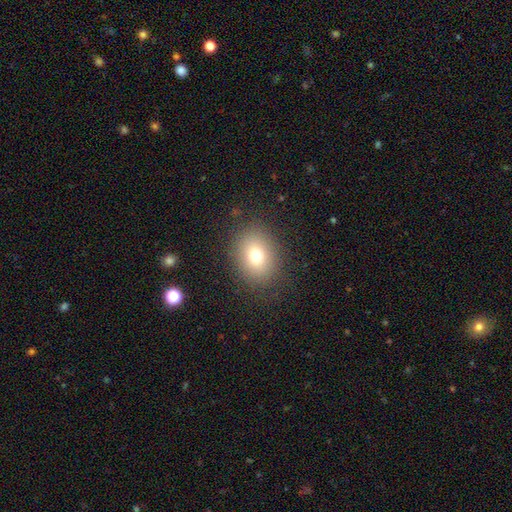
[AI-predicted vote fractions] A smooth galaxy with no disk features (73%) that is in between round and cigar-shaped (51%). Merging: none (84%).